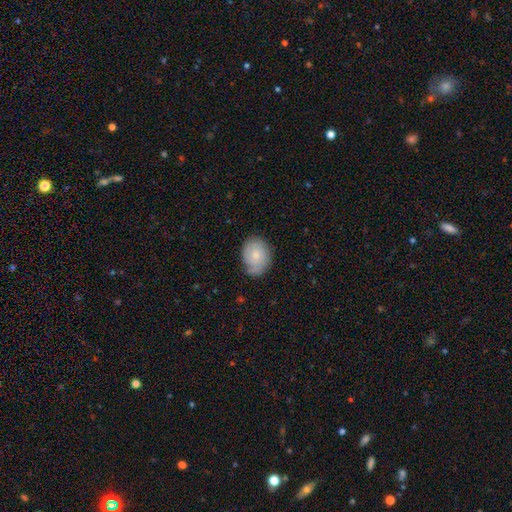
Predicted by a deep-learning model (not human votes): Overall: smooth (67%). How rounded: in between (58%; round 42%). Merging: none (66%; minor disturbance 26%).